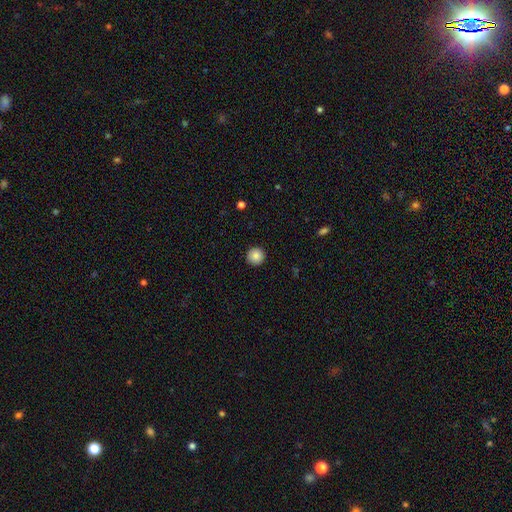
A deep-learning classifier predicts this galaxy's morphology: smooth 86%, star or artifact 9%, featured or disk 5%. Down the decision tree: how rounded — round (96%); merging — none (93%).